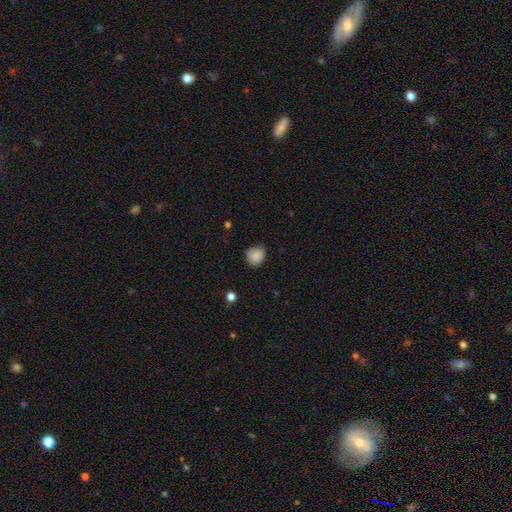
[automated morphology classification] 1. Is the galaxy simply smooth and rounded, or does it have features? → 87% smooth, 9% star or artifact, 4% featured or disk.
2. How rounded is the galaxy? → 80% round, 19% in between, 1% cigar-shaped.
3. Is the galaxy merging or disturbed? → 77% none, 19% minor disturbance, 3% major disturbance, 1% merger.